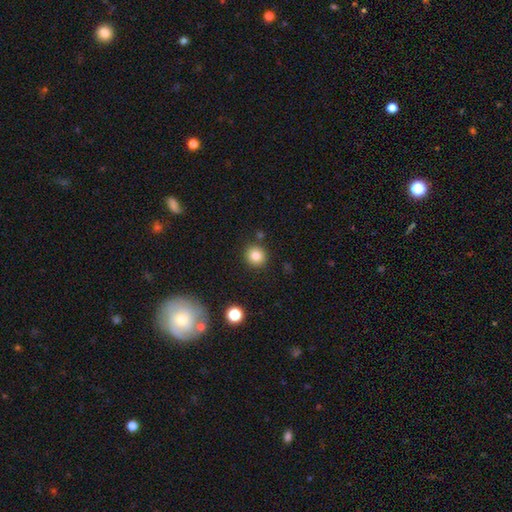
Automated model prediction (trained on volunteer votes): A smooth galaxy with no disk features (83%) that is round (89%). Merging: none (87%).